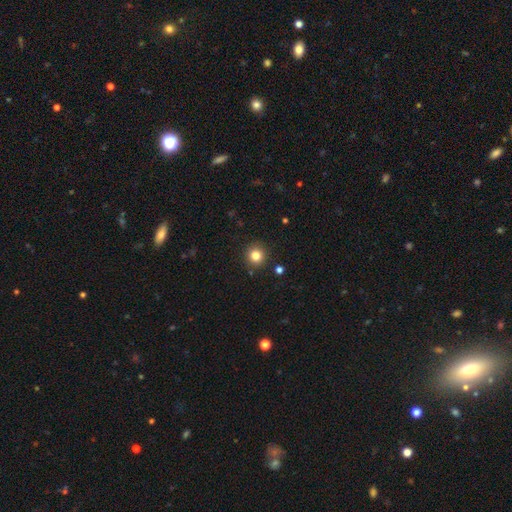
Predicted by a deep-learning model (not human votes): Smooth or featured: smooth — 82% (star or artifact — 12%)
How rounded: round — 94% (in between — 5%)
Merging: none — 90% (minor disturbance — 6%)